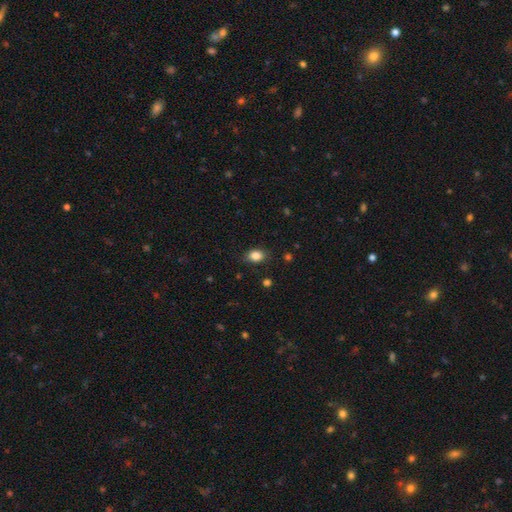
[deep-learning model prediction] smooth_or_featured: smooth (p=0.85) [alt: star or artifact p=0.10]
how_rounded: in between (p=0.71) [alt: round p=0.27]
merging: none (p=0.83) [alt: minor disturbance p=0.13]